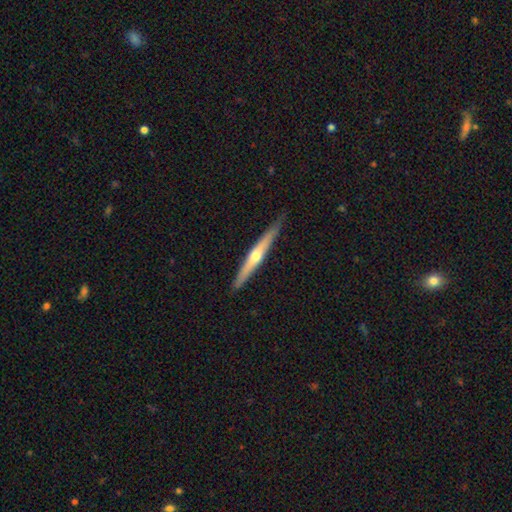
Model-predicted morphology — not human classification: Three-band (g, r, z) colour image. It shows a featured or disk galaxy (64%) viewed edge-on (97%) with a rounded central bulge (83%). Merging: none (86%).